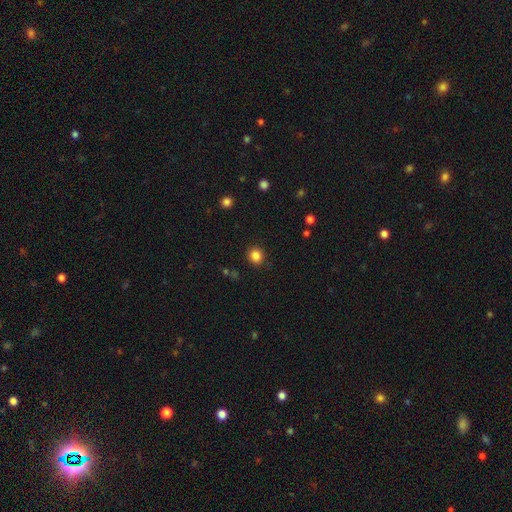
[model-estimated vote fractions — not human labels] Smooth or featured: smooth — 85% (star or artifact — 11%)
How rounded: round — 86% (in between — 13%)
Merging: none — 90% (minor disturbance — 6%)